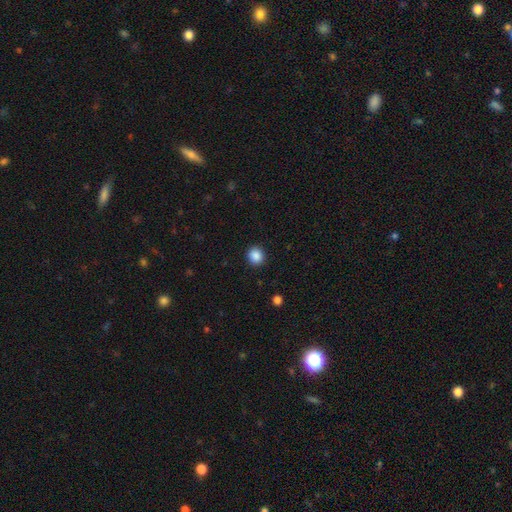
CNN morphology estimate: smooth-or-featured: smooth: 88% | star or artifact: 10% | featured or disk: 3%
  how-rounded: round: 85% | in between: 14% | cigar-shaped: 1%
  merging: none: 91% | minor disturbance: 6% | major disturbance: 2% | merger: 1%